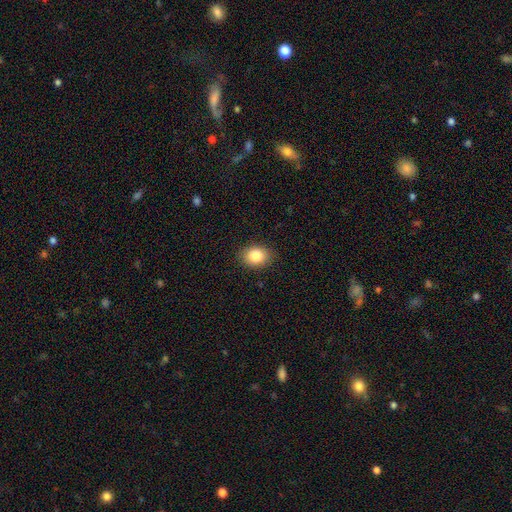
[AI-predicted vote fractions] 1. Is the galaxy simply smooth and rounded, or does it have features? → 85% smooth, 9% star or artifact, 6% featured or disk.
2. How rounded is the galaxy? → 64% in between, 35% round, 1% cigar-shaped.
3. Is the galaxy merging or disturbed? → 88% none, 9% minor disturbance, 2% major disturbance, 1% merger.